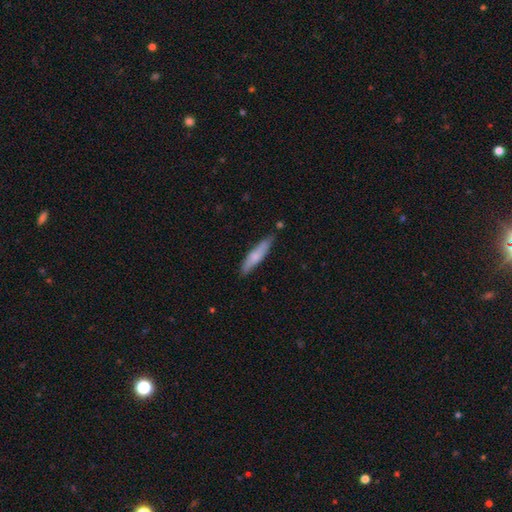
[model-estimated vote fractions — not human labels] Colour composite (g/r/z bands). It shows a smooth galaxy with no disk features (67%) that is cigar-shaped (84%). Merging: none (79%).